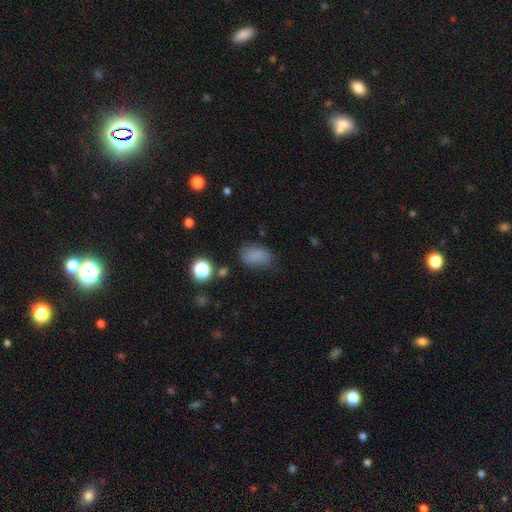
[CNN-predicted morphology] smooth-or-featured: smooth: 81% | star or artifact: 13% | featured or disk: 6%
  how-rounded: in between: 83% | round: 15% | cigar-shaped: 1%
  merging: none: 67% | minor disturbance: 23% | major disturbance: 7% | merger: 3%